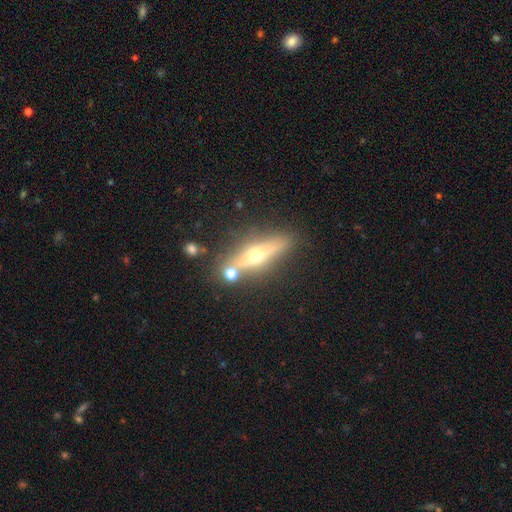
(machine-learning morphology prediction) Smooth or featured: featured or disk — 69% (smooth — 22%)
Edge-on disk: yes — 93% (no — 7%)
Edge-on bulge: rounded — 95% (none — 3%)
Merging: none — 79% (minor disturbance — 10%)